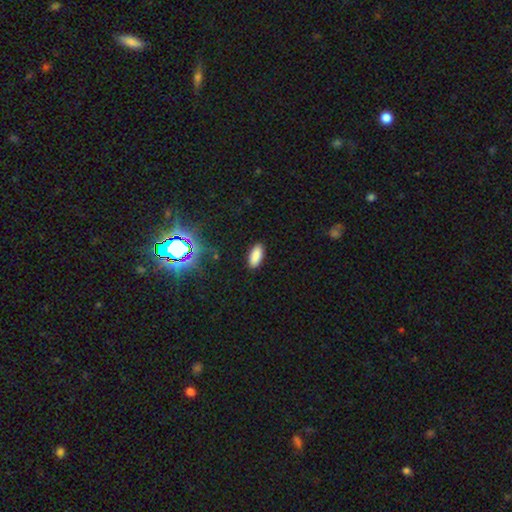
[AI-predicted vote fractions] A smooth galaxy with no disk features (85%) that is in between round and cigar-shaped (87%).

Vote fractions:
- Smooth or featured? smooth: 85% / star or artifact: 11% / featured or disk: 4%
- How rounded? in between: 87% / cigar-shaped: 11% / round: 2%
- Merging? none: 89% / minor disturbance: 8% / major disturbance: 2% / merger: 1%